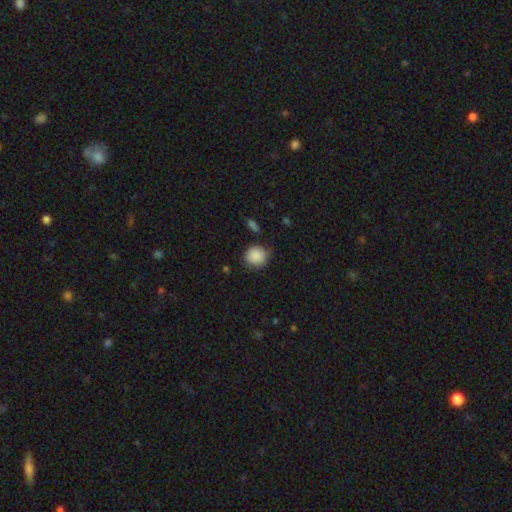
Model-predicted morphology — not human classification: Q: Smooth or featured?
A: smooth (88%); runner-up: star or artifact (8%)
Q: How rounded?
A: round (83%); runner-up: in between (16%)
Q: Merging?
A: none (76%); runner-up: minor disturbance (18%)